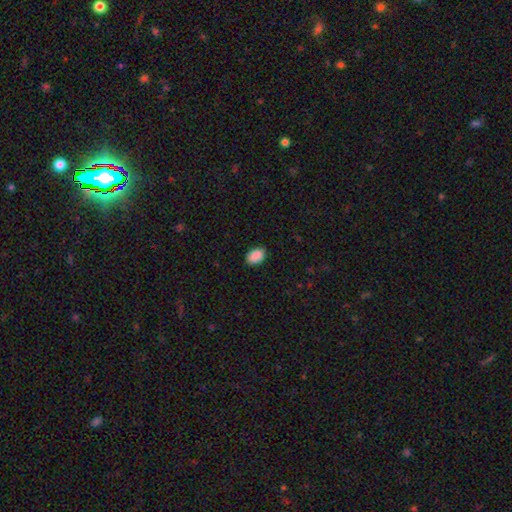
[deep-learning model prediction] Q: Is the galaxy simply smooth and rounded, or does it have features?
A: smooth — 90%.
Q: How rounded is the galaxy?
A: in between — 88%.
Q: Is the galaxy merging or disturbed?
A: none — 89%.